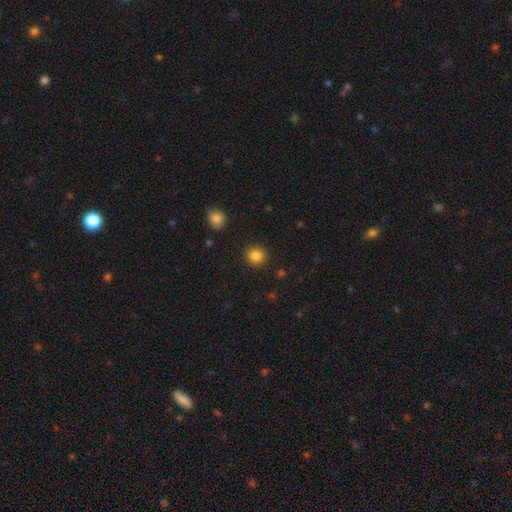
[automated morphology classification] A smooth galaxy with no disk features (85%) that is round (91%).

Vote fractions:
- Smooth or featured? smooth: 85% / star or artifact: 10% / featured or disk: 5%
- How rounded? round: 91% / in between: 8% / cigar-shaped: 1%
- Merging? none: 91% / minor disturbance: 5% / major disturbance: 2% / merger: 1%